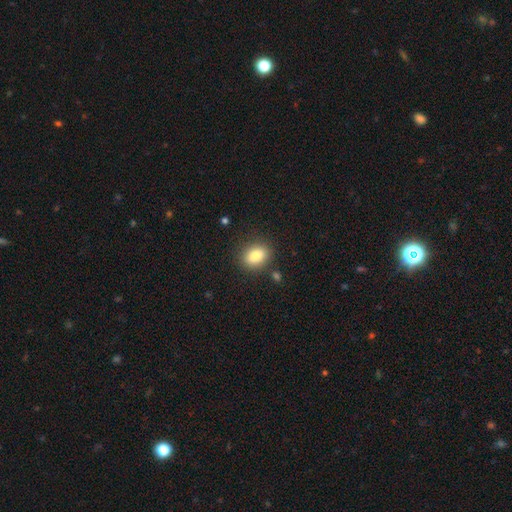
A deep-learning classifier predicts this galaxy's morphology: smooth-or-featured: smooth: 83% | star or artifact: 9% | featured or disk: 8%
  how-rounded: in between: 64% | round: 35% | cigar-shaped: 1%
  merging: none: 84% | minor disturbance: 10% | major disturbance: 3% | merger: 3%